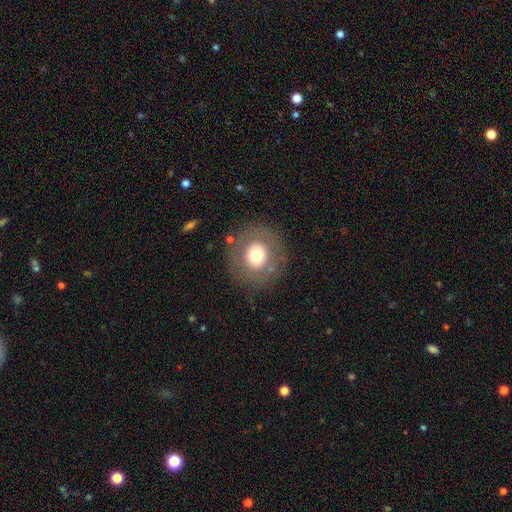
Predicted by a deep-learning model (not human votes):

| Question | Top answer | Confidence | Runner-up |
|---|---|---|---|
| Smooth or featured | smooth | 65% | featured or disk (24%) |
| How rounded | round | 92% | in between (7%) |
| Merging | none | 84% | minor disturbance (9%) |